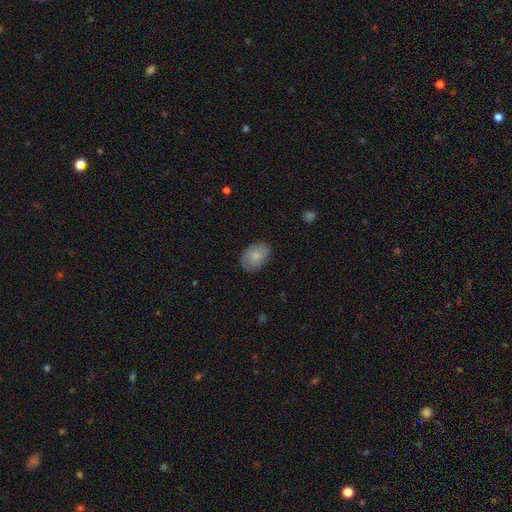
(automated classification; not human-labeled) Q: Smooth or featured?
A: smooth (80%); runner-up: featured or disk (14%)
Q: How rounded?
A: in between (83%); runner-up: round (16%)
Q: Merging?
A: none (82%); runner-up: minor disturbance (14%)